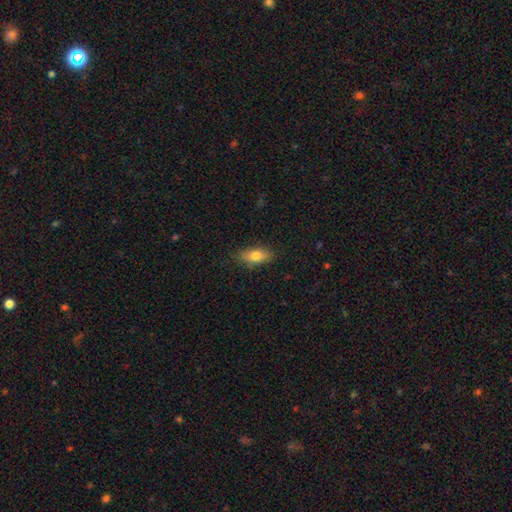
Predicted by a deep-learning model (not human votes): Morphology: type=smooth (76%); roundness=in between (81%); merging=none (82%).